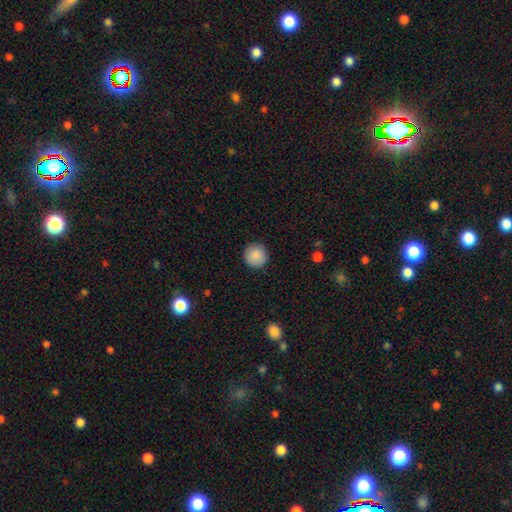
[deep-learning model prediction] A smooth galaxy with no disk features (88%) that is round (95%). Merging: none (91%).